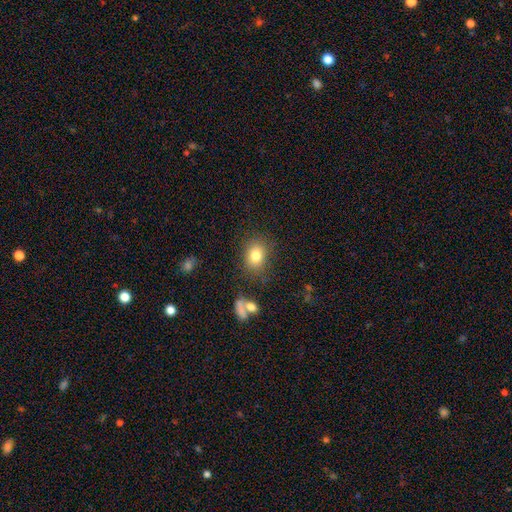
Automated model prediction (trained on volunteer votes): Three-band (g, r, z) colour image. It shows a smooth galaxy with no disk features (80%) that is in between round and cigar-shaped (56%). Merging: none (78%).